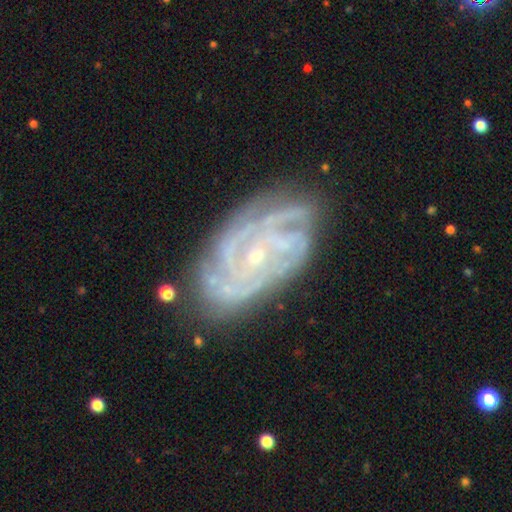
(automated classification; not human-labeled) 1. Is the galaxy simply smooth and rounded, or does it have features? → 87% featured or disk, 7% star or artifact, 6% smooth.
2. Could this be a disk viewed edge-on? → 96% no, 4% yes.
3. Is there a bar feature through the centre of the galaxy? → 63% no, 27% weak, 10% strong.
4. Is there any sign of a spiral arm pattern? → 97% yes, 3% no.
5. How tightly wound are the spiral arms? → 71% tight, 25% medium, 4% loose.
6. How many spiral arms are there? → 26% 4, 24% 3, 19% can't tell, 13% 2, 11% more than 4, 7% 1.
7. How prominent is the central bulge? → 79% small, 17% moderate, 2% none, 1% large, 1% dominant.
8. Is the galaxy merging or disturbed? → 75% none, 18% minor disturbance, 5% major disturbance, 2% merger.